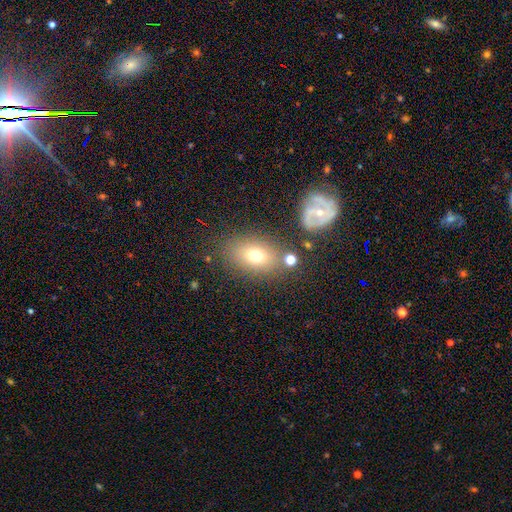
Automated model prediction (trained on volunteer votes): Morphology: type=smooth (70%); roundness=in between (74%); merging=none (75%).